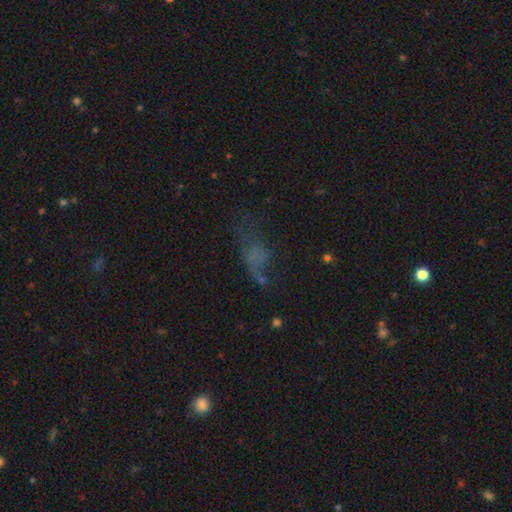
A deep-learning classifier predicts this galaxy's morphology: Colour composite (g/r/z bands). It shows a smooth galaxy with no disk features (48%). Merging: major disturbance (36%).